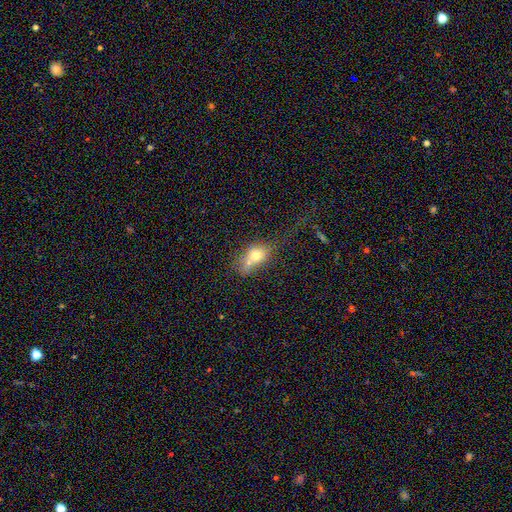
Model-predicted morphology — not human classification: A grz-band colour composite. It shows a smooth galaxy with no disk features (67%) that is in between round and cigar-shaped (62%). Merging: merger (41%).